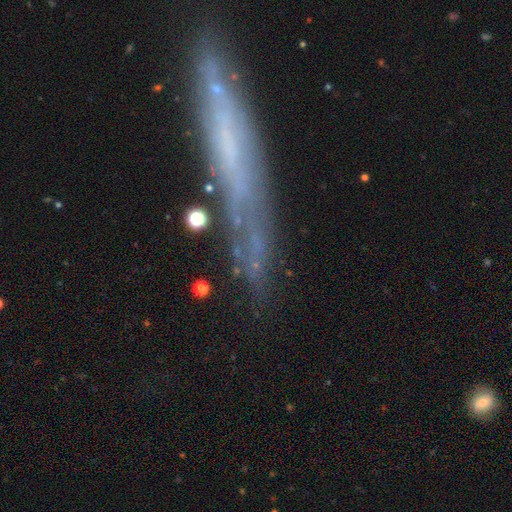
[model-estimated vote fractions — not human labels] Smooth or featured: featured or disk — 48% (smooth — 32%)
Merging: none — 67% (minor disturbance — 18%)